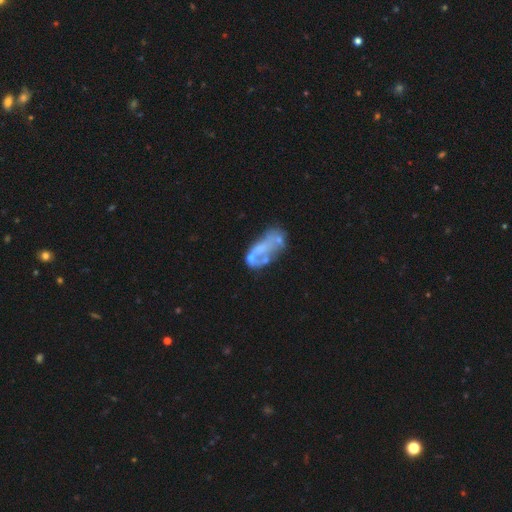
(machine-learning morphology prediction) Smooth or featured? featured or disk (55%)
Edge-on disk? no (96%)
Bar? no (89%)
Spiral arms? no (92%)
Bulge size? none (69%)
Merging? merger (32%)